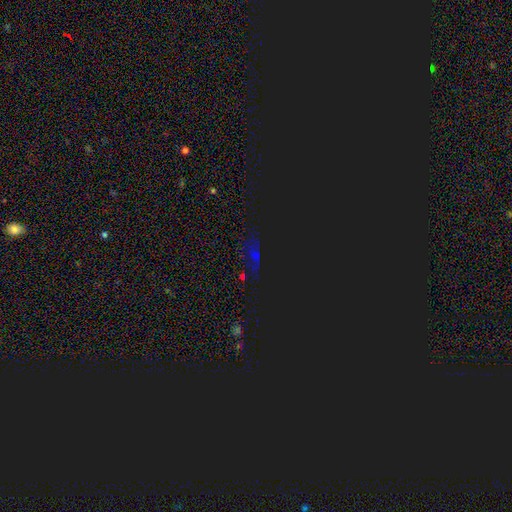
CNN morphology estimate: Smooth or featured?
  - star or artifact: 75% *
  - smooth: 17%
  - featured or disk: 9%